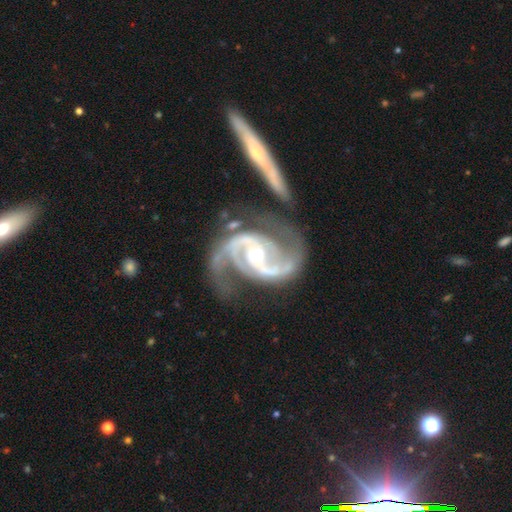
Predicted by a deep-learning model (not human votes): This appears to be a featured or disk galaxy (94%) with no bar (37%), 2 (86%) medium (57%) spiral arms (98%) and a moderate central bulge (65%). Merging: none (45%).